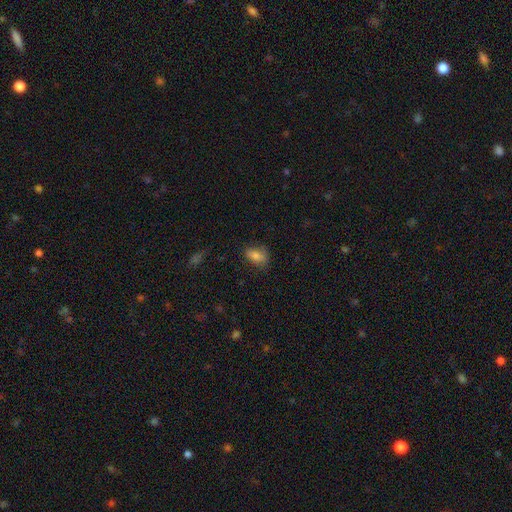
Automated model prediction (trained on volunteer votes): Smooth or featured? Predicted: smooth (p=0.79). How rounded? Predicted: in between (p=0.82). Merging? Predicted: none (p=0.69).